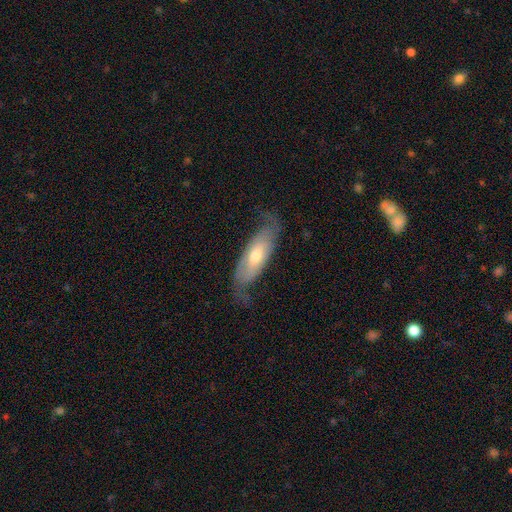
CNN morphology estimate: type=featured or disk (60%); edge-on=no (77%); merging=none (60%).